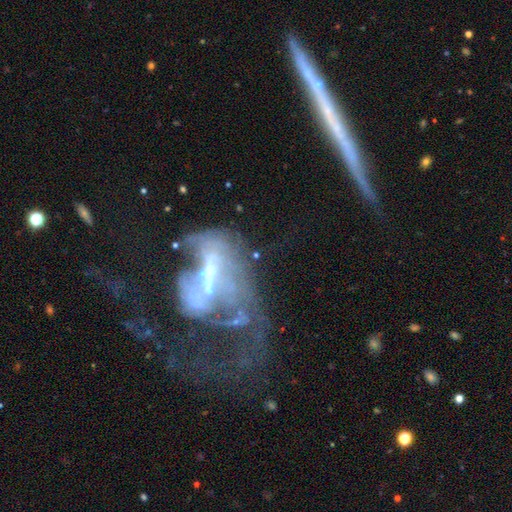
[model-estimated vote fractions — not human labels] Smooth or featured? featured or disk (71%)
Edge-on disk? no (90%)
Bar? no (38%)
Spiral arms? no (60%)
Bulge size? moderate (39%)
Merging? merger (37%)